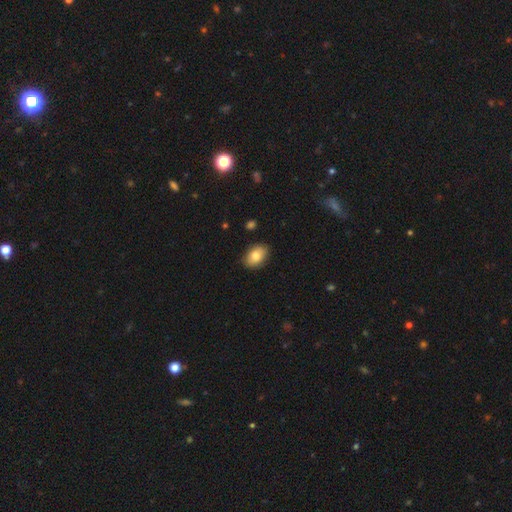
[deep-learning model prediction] This is clearly a smooth galaxy (81%). How rounded: clearly in between (86%). Merging: clearly none (86%).